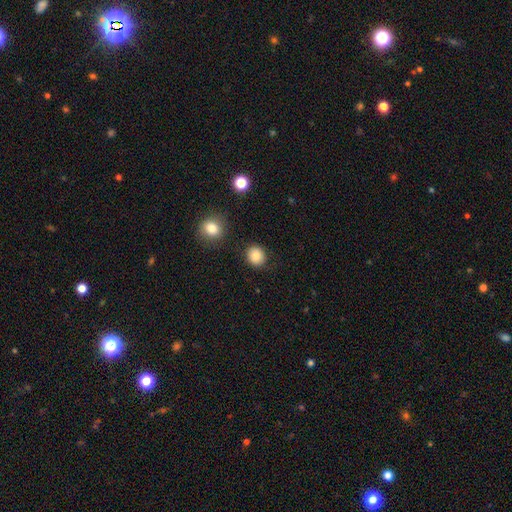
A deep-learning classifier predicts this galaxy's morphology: Smooth or featured: smooth — 84% (star or artifact — 10%)
How rounded: round — 81% (in between — 18%)
Merging: none — 85% (minor disturbance — 9%)